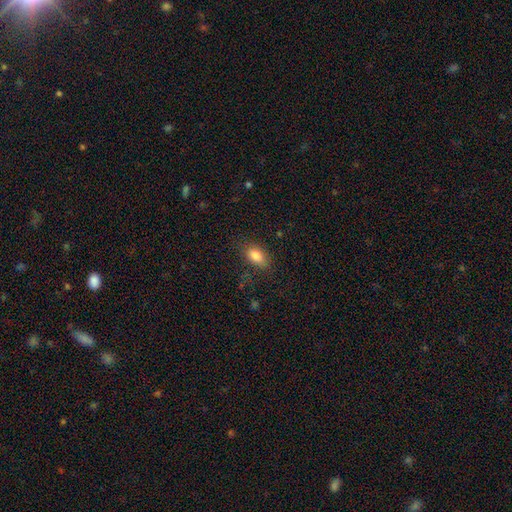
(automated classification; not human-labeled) This appears to be a smooth galaxy with no disk features (84%) that is in between round and cigar-shaped (87%). Merging: none (77%).